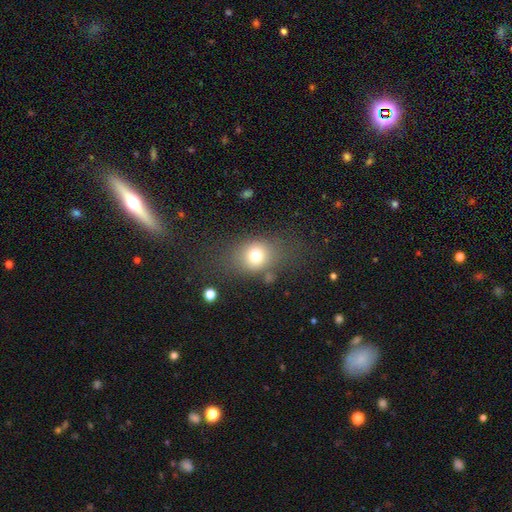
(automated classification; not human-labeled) smooth-or-featured: smooth: 75% | featured or disk: 12% | star or artifact: 12%
  how-rounded: round: 50% | in between: 48% | cigar-shaped: 2%
  merging: none: 63% | minor disturbance: 18% | major disturbance: 13% | merger: 5%